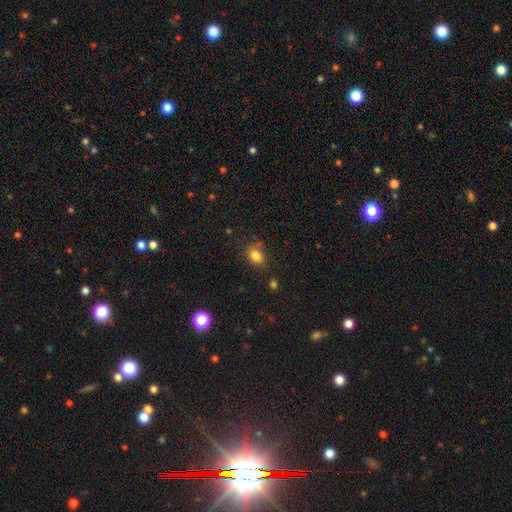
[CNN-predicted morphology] A smooth galaxy with no disk features (82%) that is in between round and cigar-shaped (57%). Merging: none (73%).